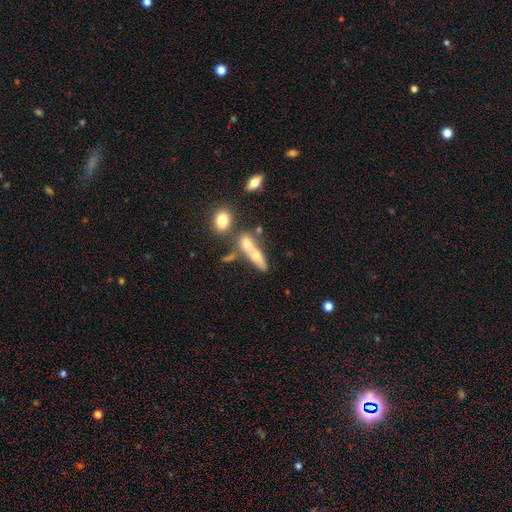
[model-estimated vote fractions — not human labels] Morphology: type=smooth (49%); merging=merger (49%).